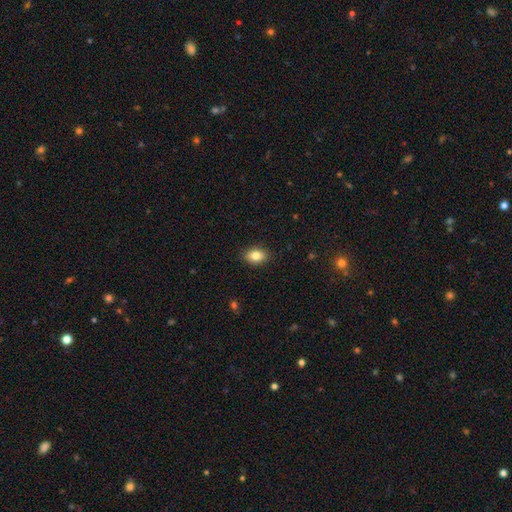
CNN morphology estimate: Smooth or featured? Predicted: smooth (p=0.83). How rounded? Predicted: in between (p=0.79). Merging? Predicted: none (p=0.88).